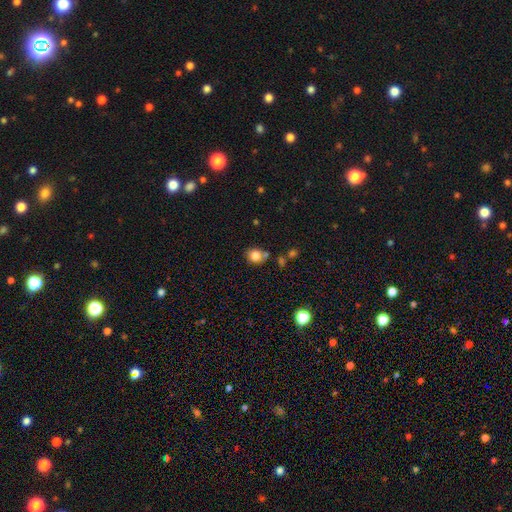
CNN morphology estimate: Smooth or featured: smooth — 81% (star or artifact — 11%)
How rounded: round — 73% (in between — 26%)
Merging: none — 68% (minor disturbance — 16%)